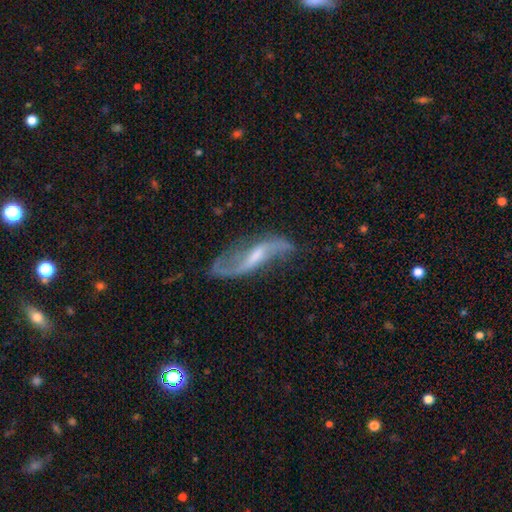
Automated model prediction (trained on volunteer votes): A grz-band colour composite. It shows a featured or disk galaxy (86%) with a weak bar (49%), 2 (91%) loose (79%) spiral arms (95%) and a small central bulge (48%). Merging: none (69%).